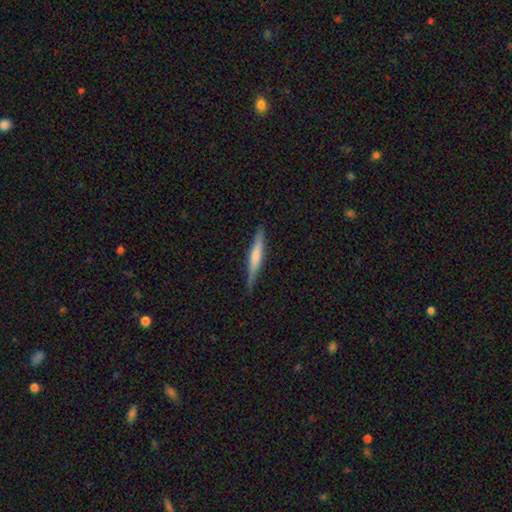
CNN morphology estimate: A smooth galaxy with no disk features (53%) that is cigar-shaped (94%). Merging: none (86%).